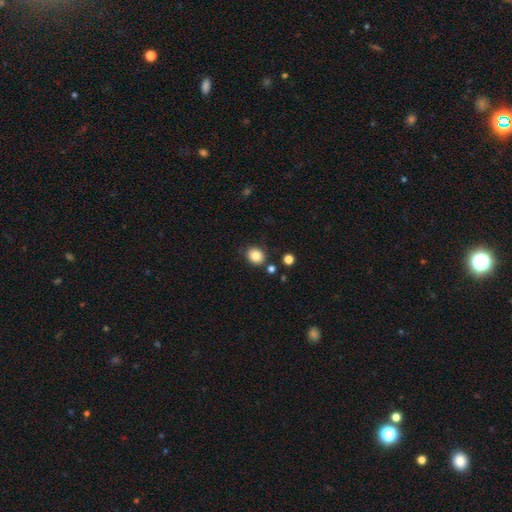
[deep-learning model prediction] This appears to be a smooth galaxy with no disk features (83%) that is round (70%). Merging: none (81%).